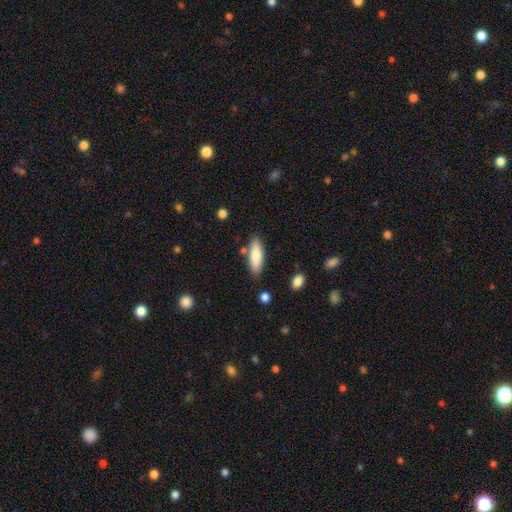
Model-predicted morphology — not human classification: Smooth or featured? smooth (81%)
How rounded? in between (55%)
Merging? none (81%)